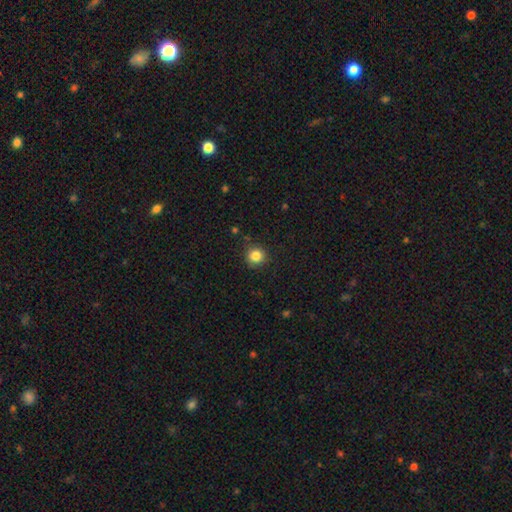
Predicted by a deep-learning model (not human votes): Smooth or featured: smooth — 84% (star or artifact — 11%)
How rounded: round — 93% (in between — 6%)
Merging: none — 88% (minor disturbance — 8%)